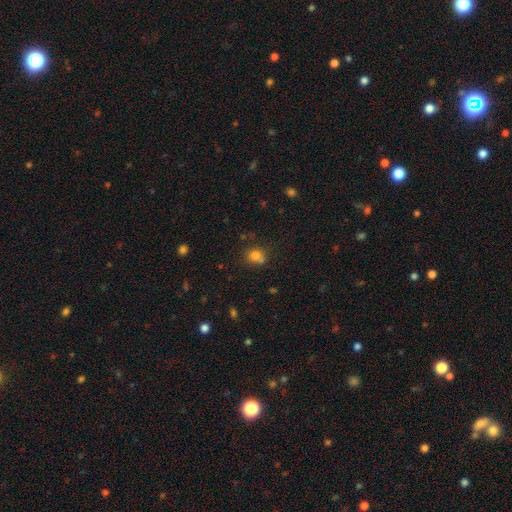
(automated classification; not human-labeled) Morphology: type=smooth (75%); roundness=round (80%); merging=none (55%).